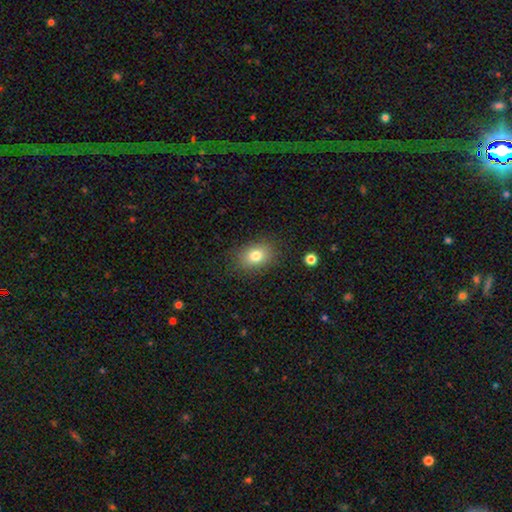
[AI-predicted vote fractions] smooth-or-featured: smooth: 80% | star or artifact: 10% | featured or disk: 10%
  how-rounded: in between: 71% | round: 28% | cigar-shaped: 1%
  merging: none: 84% | minor disturbance: 11% | major disturbance: 4% | merger: 1%